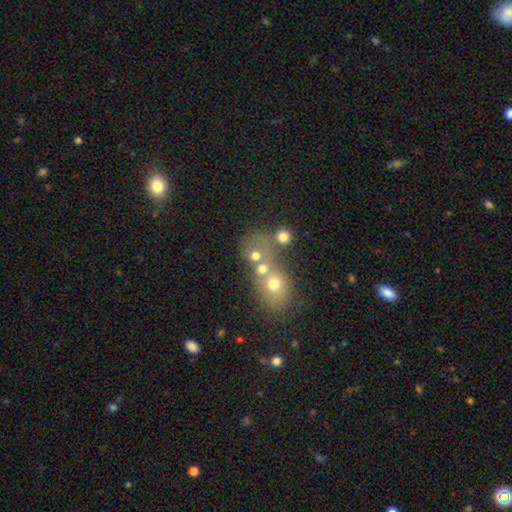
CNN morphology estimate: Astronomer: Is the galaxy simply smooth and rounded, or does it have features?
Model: smooth — 62%.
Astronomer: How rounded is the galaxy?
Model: round — 70%.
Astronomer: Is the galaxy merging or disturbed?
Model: merger — 52% (runner-up: none, 34%).